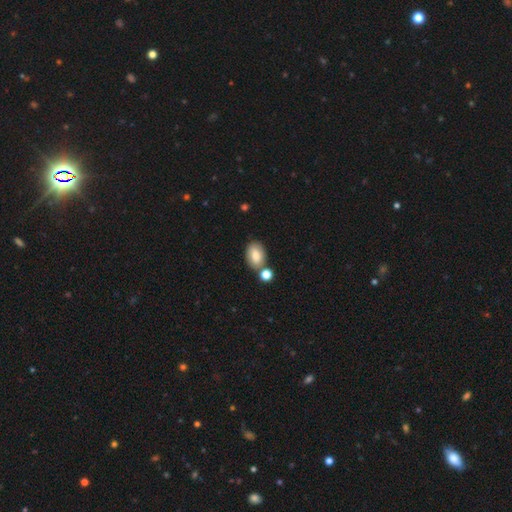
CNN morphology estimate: type=smooth (82%); roundness=in between (86%); merging=none (65%).